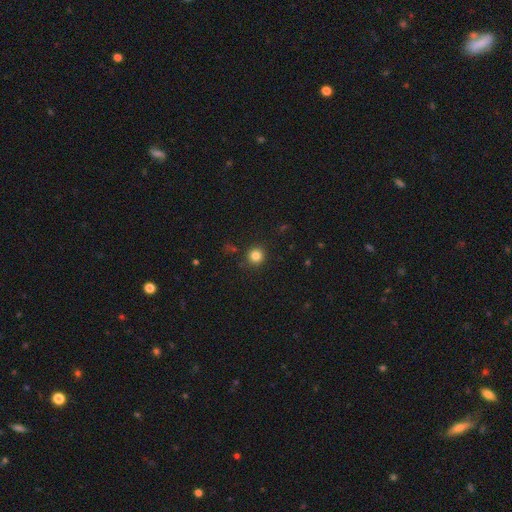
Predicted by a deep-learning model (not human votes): Smooth or featured: smooth — 83% (star or artifact — 12%)
How rounded: round — 93% (in between — 6%)
Merging: none — 90% (minor disturbance — 6%)